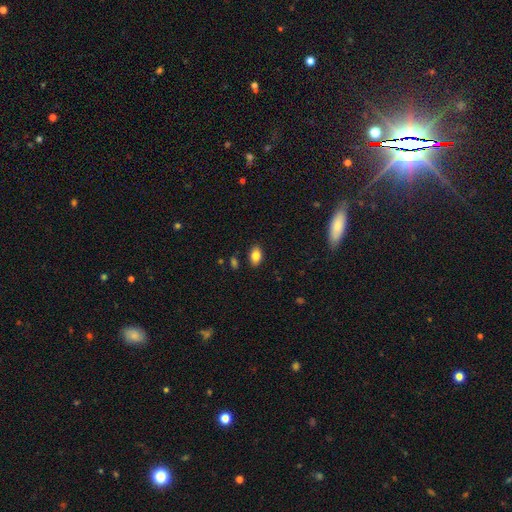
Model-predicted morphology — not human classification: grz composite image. It shows a smooth galaxy with no disk features (83%) that is in between round and cigar-shaped (89%). Merging: none (87%).